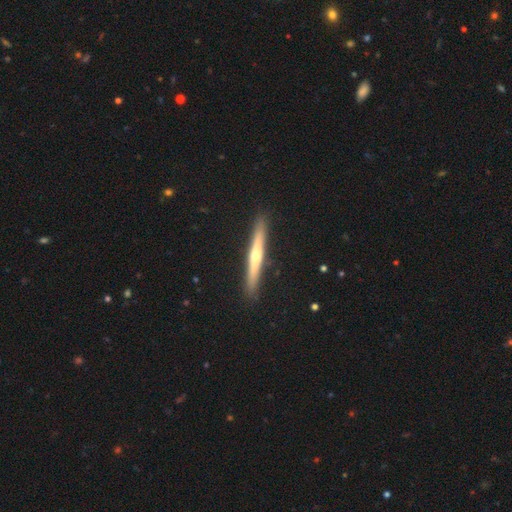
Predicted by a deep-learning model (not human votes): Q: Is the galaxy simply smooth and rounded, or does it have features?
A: featured or disk — 62%.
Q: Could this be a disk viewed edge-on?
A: yes — 97%.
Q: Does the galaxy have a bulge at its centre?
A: rounded — 77%.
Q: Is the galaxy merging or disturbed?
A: none — 92%.